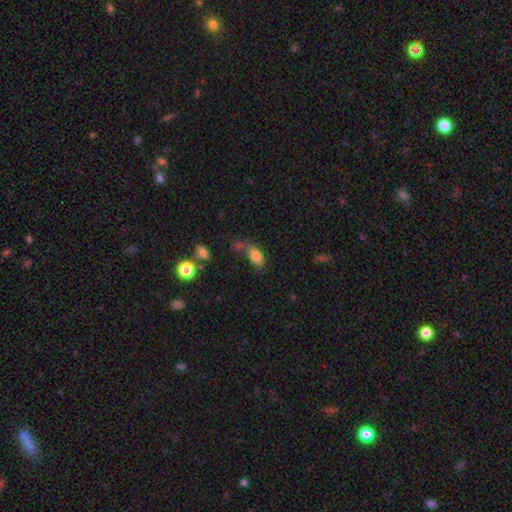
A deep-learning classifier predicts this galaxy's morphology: type=smooth (80%); roundness=in between (88%); merging=none (49%).